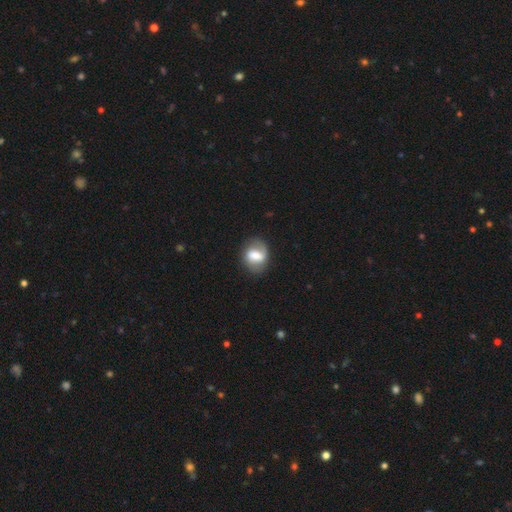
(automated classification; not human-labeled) Q: Smooth or featured?
A: featured or disk (48%); runner-up: smooth (45%)
Q: Merging?
A: none (74%); runner-up: minor disturbance (17%)